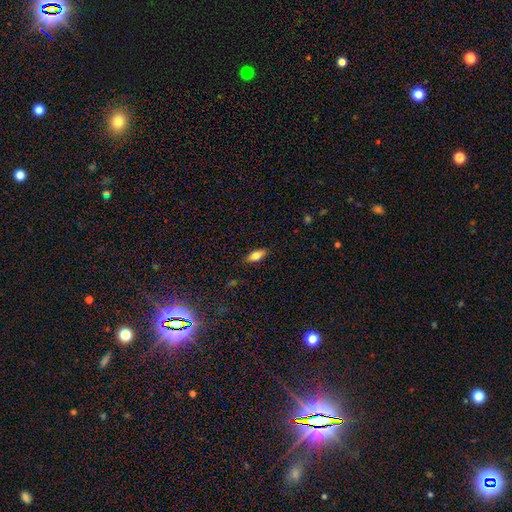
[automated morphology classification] A smooth galaxy with no disk features (75%) that is in between round and cigar-shaped (83%).

Vote fractions:
- Smooth or featured? smooth: 75% / featured or disk: 17% / star or artifact: 8%
- How rounded? in between: 83% / cigar-shaped: 14% / round: 3%
- Merging? none: 86% / minor disturbance: 11% / major disturbance: 2% / merger: 1%